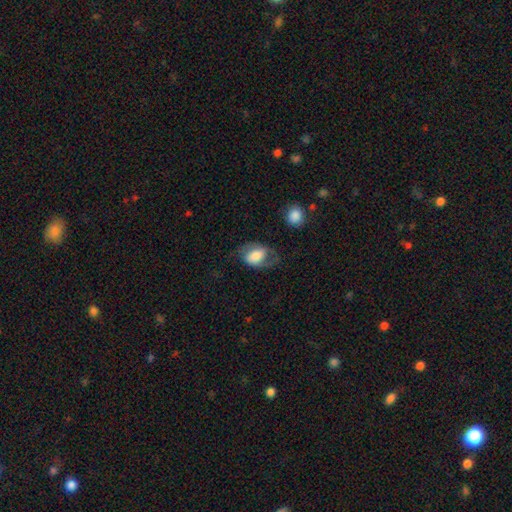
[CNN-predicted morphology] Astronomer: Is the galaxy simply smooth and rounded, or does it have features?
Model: smooth — 50% (runner-up: featured or disk, 43%).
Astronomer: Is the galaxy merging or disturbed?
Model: none — 58%.